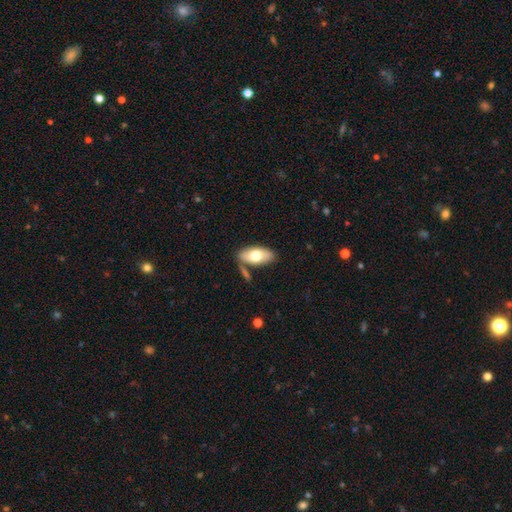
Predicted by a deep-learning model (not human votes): Q: Smooth or featured?
A: smooth (70%); runner-up: featured or disk (24%)
Q: How rounded?
A: in between (90%); runner-up: cigar-shaped (7%)
Q: Merging?
A: none (75%); runner-up: minor disturbance (13%)